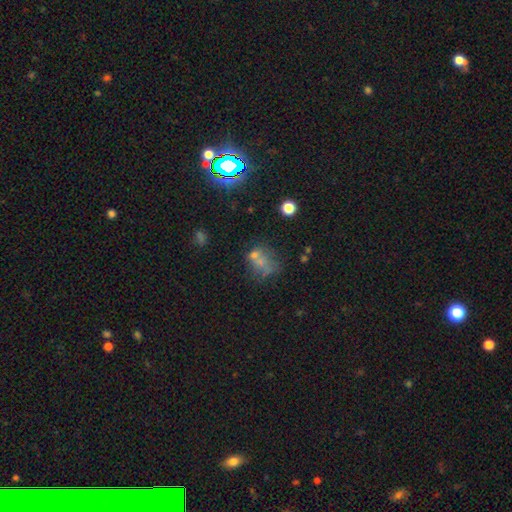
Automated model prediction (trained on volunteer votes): smooth 40%, star or artifact 36%, featured or disk 23%. Down the decision tree: merging — none (42%).